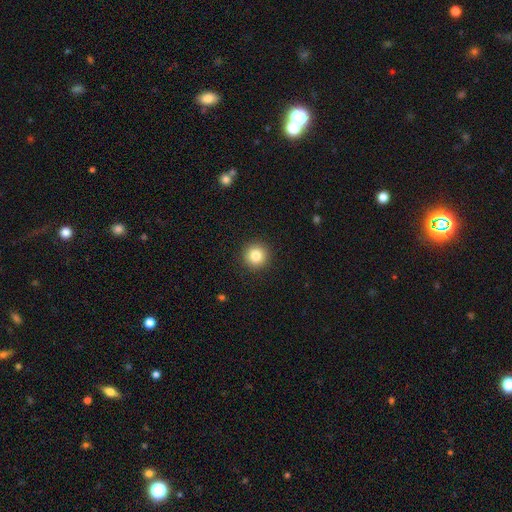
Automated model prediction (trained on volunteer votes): This appears to be a smooth galaxy with no disk features (83%) that is round (95%). Merging: none (92%).